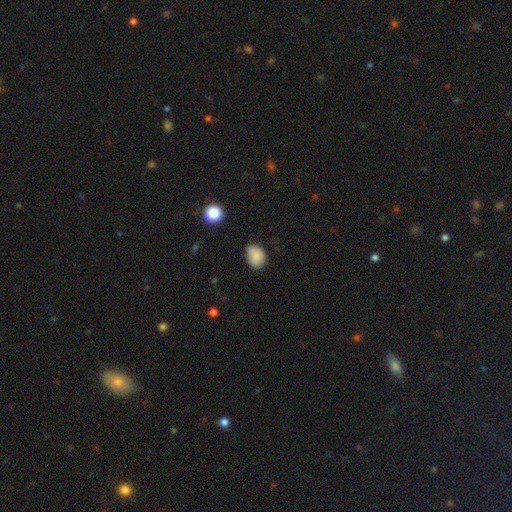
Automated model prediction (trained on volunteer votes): Overall: smooth (86%). How rounded: in between (65%; round 34%). Merging: none (76%).